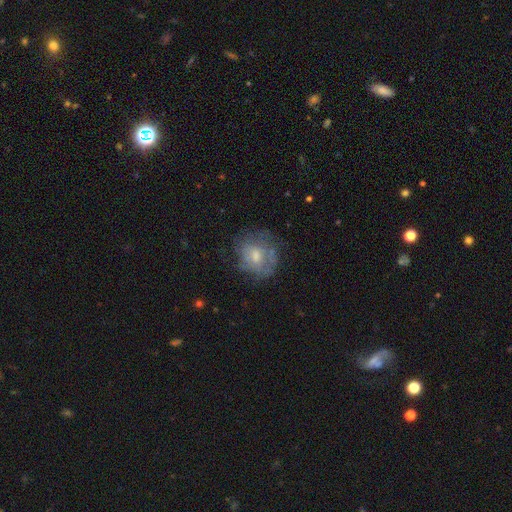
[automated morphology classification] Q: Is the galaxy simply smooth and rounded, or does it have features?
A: featured or disk — 48%.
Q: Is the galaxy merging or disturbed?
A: none — 54%.